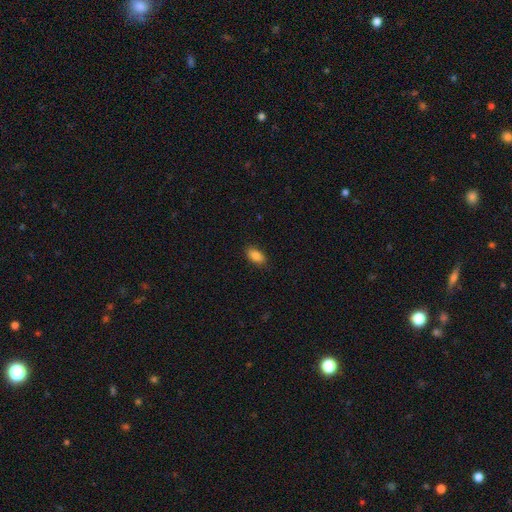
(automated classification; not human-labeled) smooth 86%, star or artifact 8%, featured or disk 6%. Down the decision tree: how rounded — in between (92%); merging — none (87%).